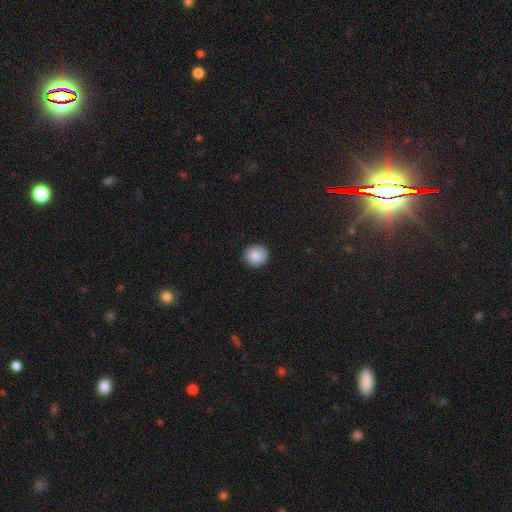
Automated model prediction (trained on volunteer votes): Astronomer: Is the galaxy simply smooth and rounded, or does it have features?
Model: smooth — 87%.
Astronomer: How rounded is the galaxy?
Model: round — 89%.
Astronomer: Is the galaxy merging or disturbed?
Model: none — 89%.